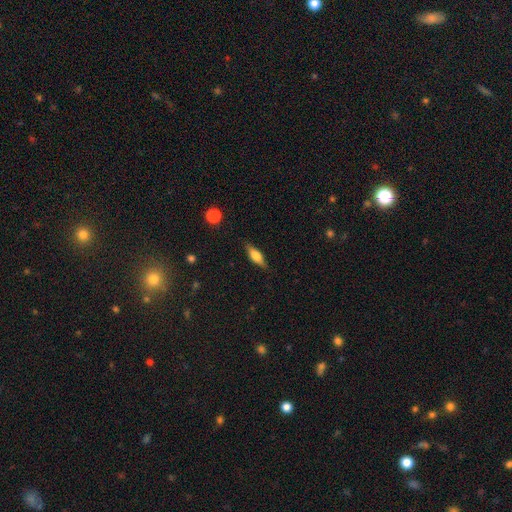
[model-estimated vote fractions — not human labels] Q: Smooth or featured?
A: smooth (59%); runner-up: featured or disk (34%)
Q: How rounded?
A: in between (59%); runner-up: cigar-shaped (38%)
Q: Merging?
A: none (82%); runner-up: minor disturbance (13%)